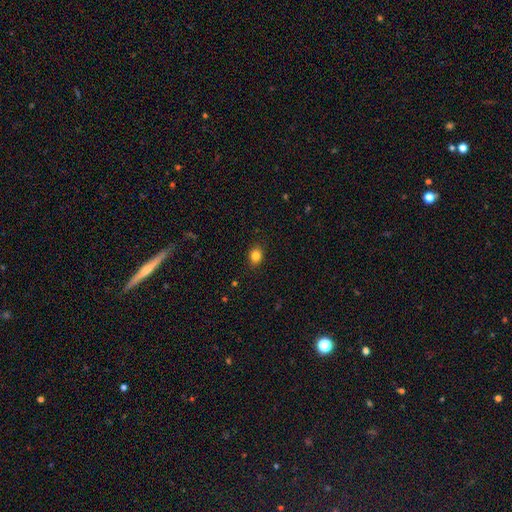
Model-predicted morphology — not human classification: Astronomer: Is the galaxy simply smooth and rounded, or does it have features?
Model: smooth — 83%.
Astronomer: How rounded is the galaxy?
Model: in between — 52% (runner-up: round, 47%).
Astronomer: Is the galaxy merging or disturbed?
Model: none — 88%.